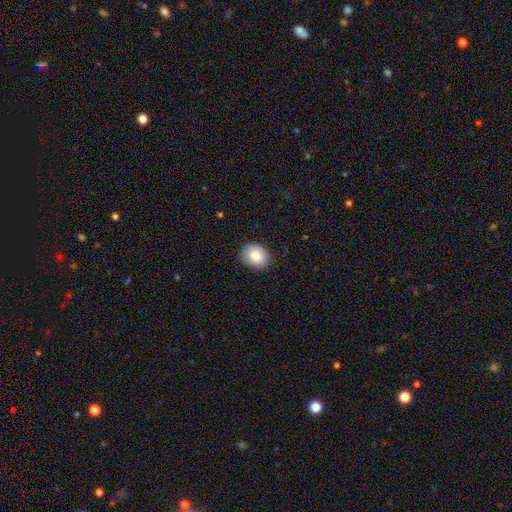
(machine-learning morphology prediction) Smooth or featured?
  - smooth: 84% *
  - featured or disk: 8%
  - star or artifact: 8%
How rounded?
  - in between: 51% *
  - round: 48%
  - cigar-shaped: 1%
Merging?
  - none: 86% *
  - minor disturbance: 10%
  - major disturbance: 2%
  - merger: 1%